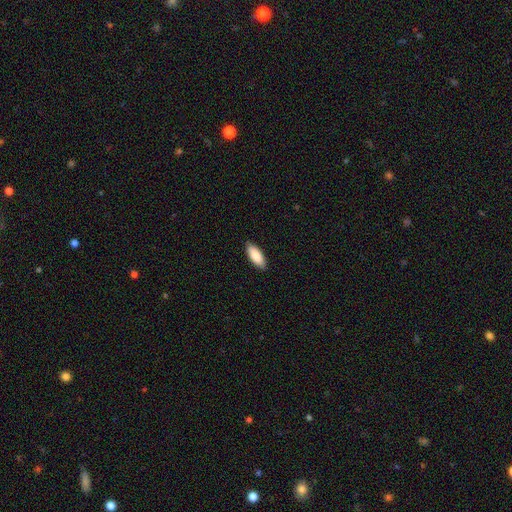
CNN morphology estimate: Smooth or featured? Predicted: smooth (p=0.88). How rounded? Predicted: in between (p=0.79). Merging? Predicted: none (p=0.89).